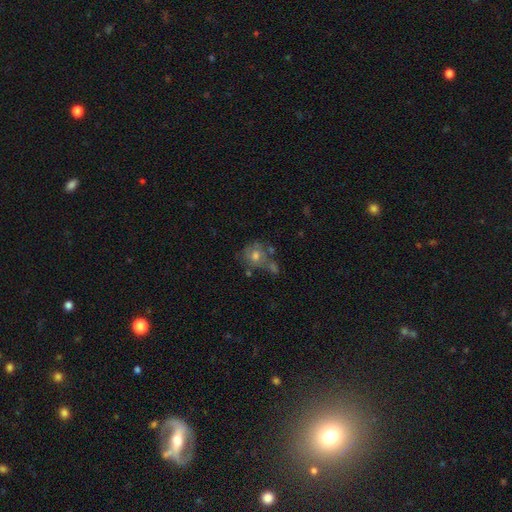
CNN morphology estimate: smooth-or-featured: smooth: 59% | featured or disk: 29% | star or artifact: 13%
  how-rounded: round: 76% | in between: 23% | cigar-shaped: 1%
  merging: none: 43% | merger: 27% | minor disturbance: 19% | major disturbance: 11%